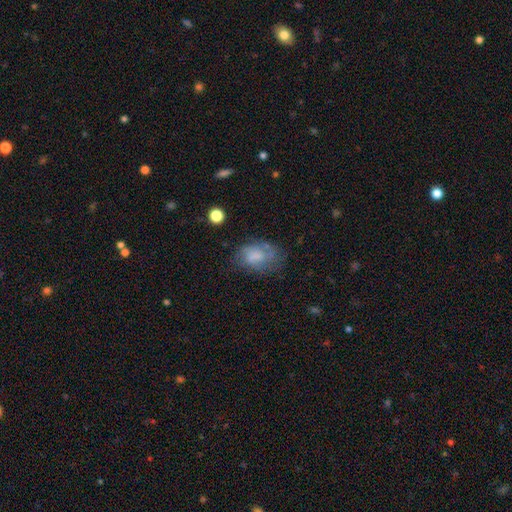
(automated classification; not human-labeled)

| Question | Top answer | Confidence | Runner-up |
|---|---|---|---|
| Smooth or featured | smooth | 55% | featured or disk (35%) |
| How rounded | in between | 83% | round (16%) |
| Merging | none | 53% | minor disturbance (27%) |